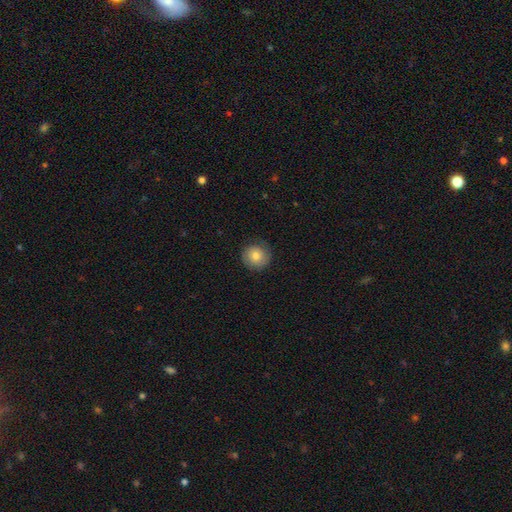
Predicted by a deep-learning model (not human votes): smooth 68%, featured or disk 24%, star or artifact 8%. Down the decision tree: how rounded — round (92%); merging — none (79%).